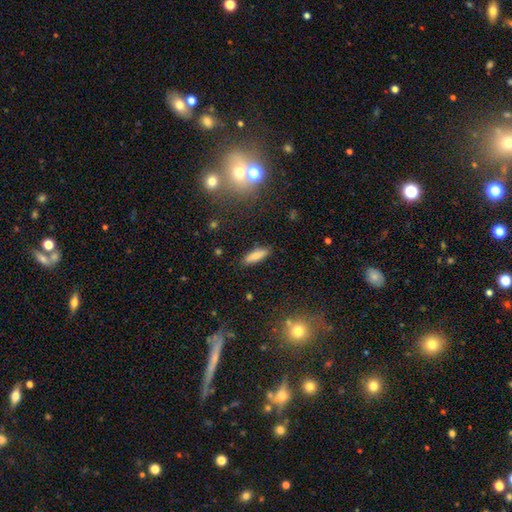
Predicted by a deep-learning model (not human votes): Smooth or featured? smooth (79%)
How rounded? in between (54%)
Merging? none (86%)